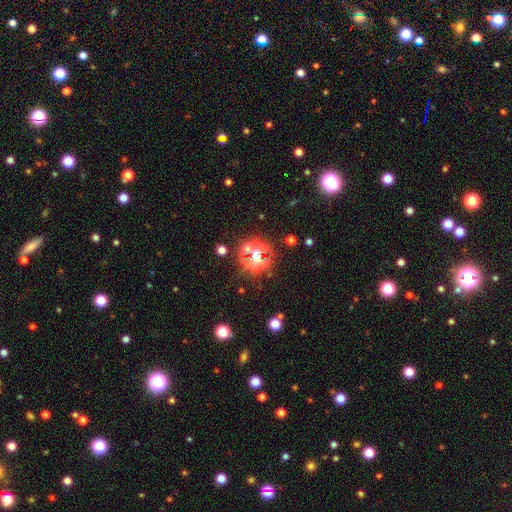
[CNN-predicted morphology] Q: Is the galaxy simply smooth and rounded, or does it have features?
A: star or artifact — 68%.